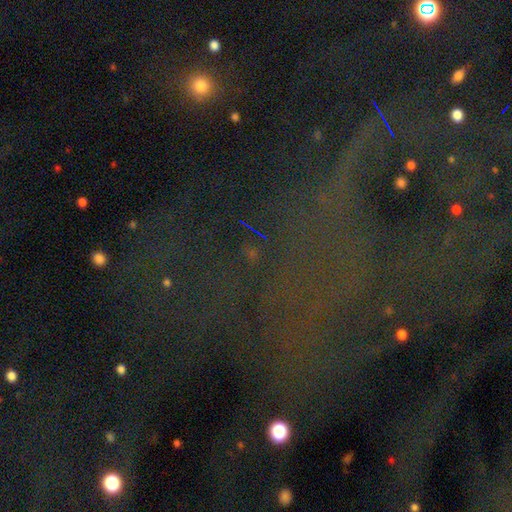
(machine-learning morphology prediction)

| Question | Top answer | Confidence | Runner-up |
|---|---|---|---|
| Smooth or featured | star or artifact | 70% | featured or disk (16%) |